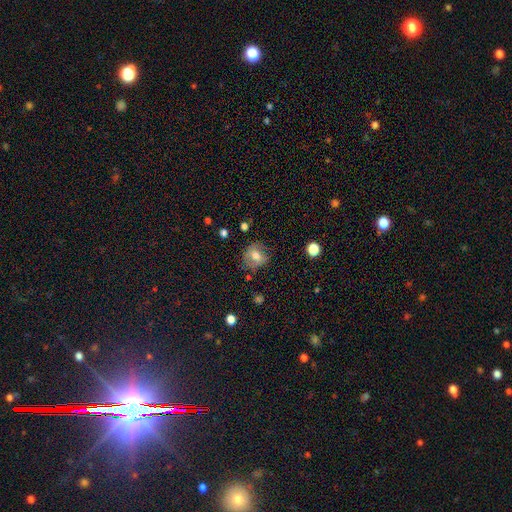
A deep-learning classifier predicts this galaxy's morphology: type=smooth (62%); roundness=round (69%); merging=none (67%).